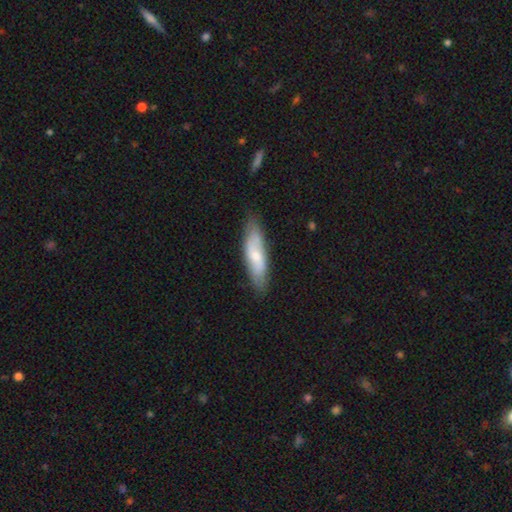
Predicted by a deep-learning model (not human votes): The model was most divided on "how rounded": cigar-shaped: 59%, in between: 39%, round: 2%. More confident: merging — none (80%); smooth or featured — smooth (57%).